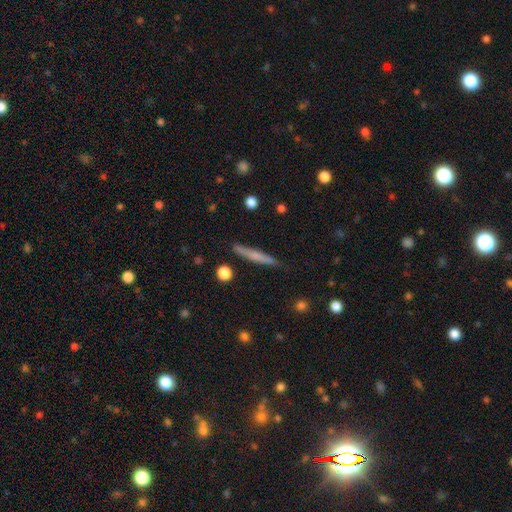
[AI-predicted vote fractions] smooth 57%, featured or disk 36%, star or artifact 7%. Down the decision tree: how rounded — cigar-shaped (94%); merging — none (87%).